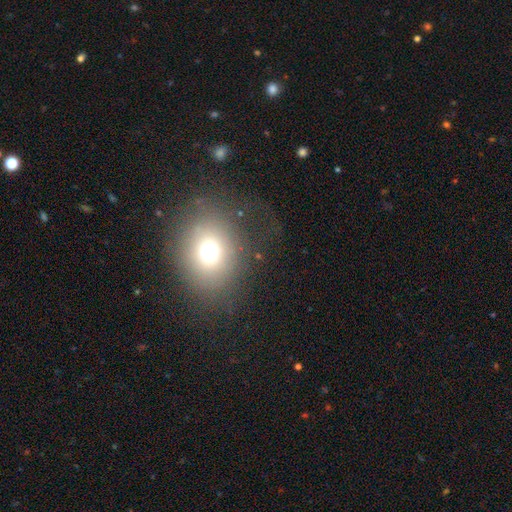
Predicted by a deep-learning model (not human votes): Overall: smooth (66%). How rounded: round (66%; in between 33%). Merging: none (78%).